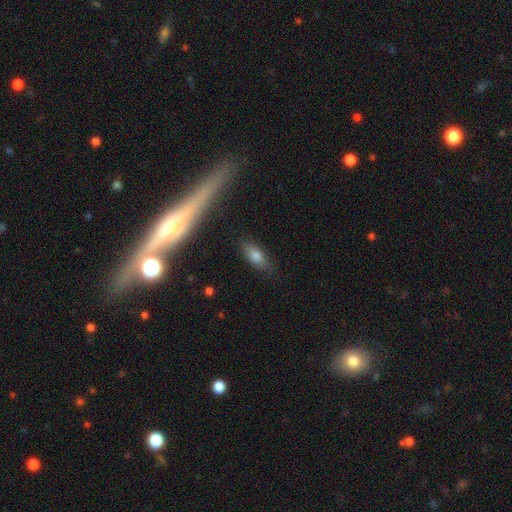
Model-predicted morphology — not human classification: A smooth galaxy with no disk features (76%) that is in between round and cigar-shaped (79%).

Vote fractions:
- Smooth or featured? smooth: 76% / featured or disk: 14% / star or artifact: 10%
- How rounded? in between: 79% / cigar-shaped: 17% / round: 4%
- Merging? none: 83% / minor disturbance: 12% / major disturbance: 3% / merger: 2%